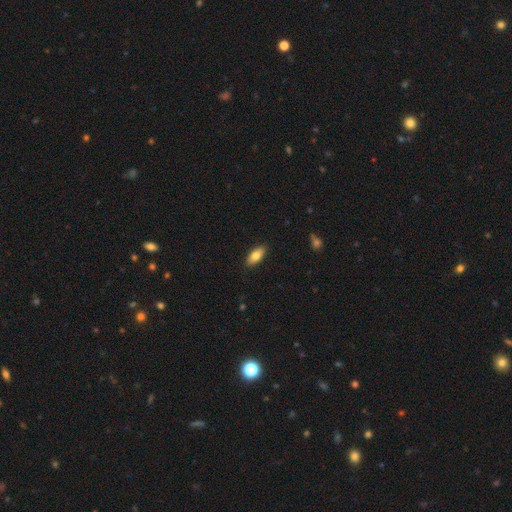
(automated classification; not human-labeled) Smooth or featured: smooth — 78% (featured or disk — 15%)
How rounded: in between — 85% (cigar-shaped — 12%)
Merging: none — 88% (minor disturbance — 9%)